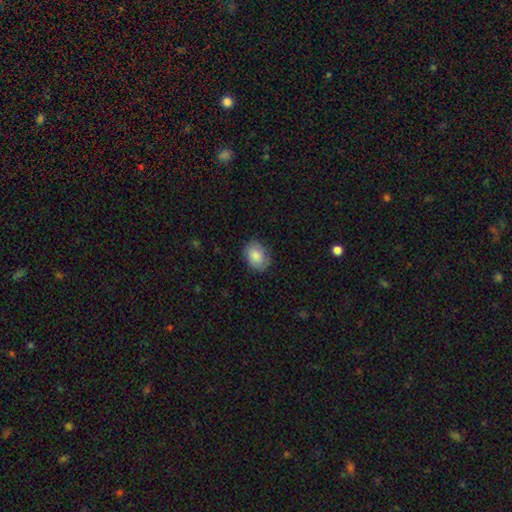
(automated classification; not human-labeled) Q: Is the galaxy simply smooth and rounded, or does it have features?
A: smooth — 80%.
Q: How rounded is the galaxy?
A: in between — 68%.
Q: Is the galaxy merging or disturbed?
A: none — 80%.